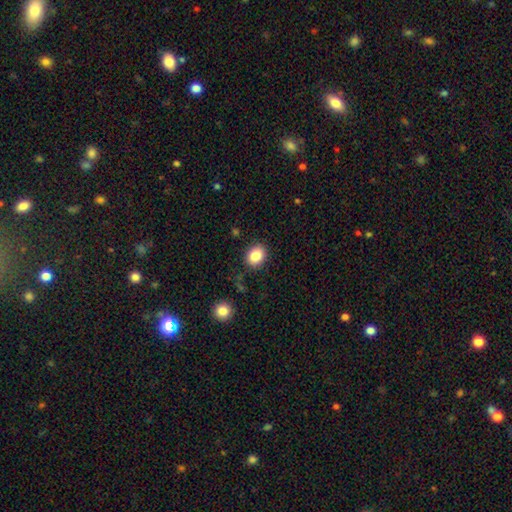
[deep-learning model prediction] Q: Smooth or featured?
A: smooth (85%); runner-up: star or artifact (9%)
Q: How rounded?
A: round (54%); runner-up: in between (45%)
Q: Merging?
A: none (86%); runner-up: minor disturbance (10%)